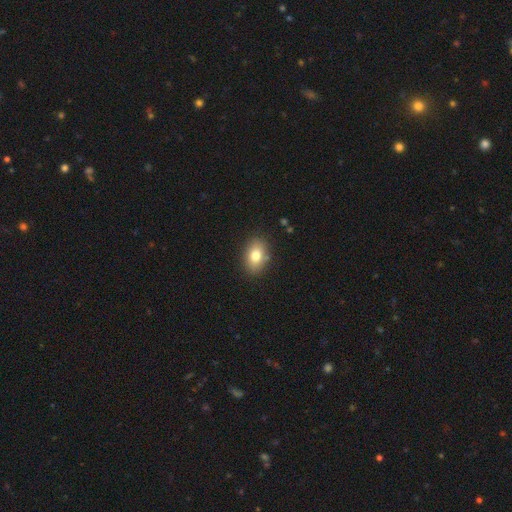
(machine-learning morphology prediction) smooth 79%, featured or disk 12%, star or artifact 9%. Down the decision tree: how rounded — in between (81%); merging — none (85%).